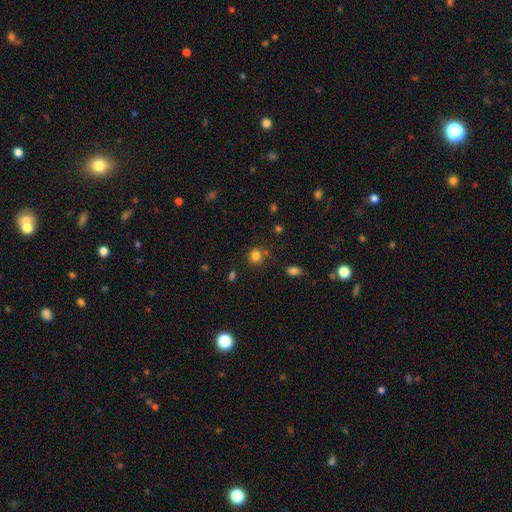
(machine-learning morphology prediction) Smooth or featured? smooth (81%)
How rounded? round (78%)
Merging? none (74%)